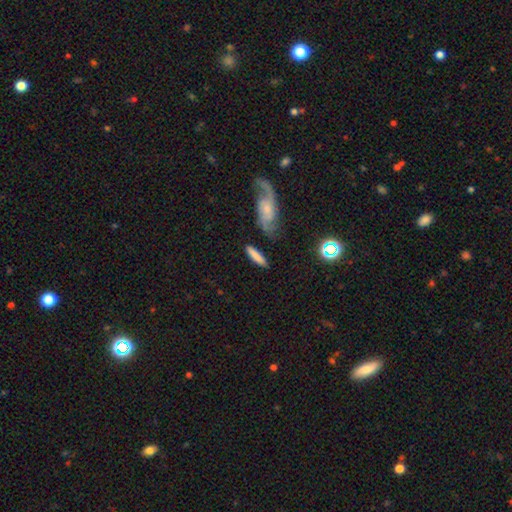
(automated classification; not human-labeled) Overall: smooth (75%). How rounded: cigar-shaped (73%). Merging: none (74%).